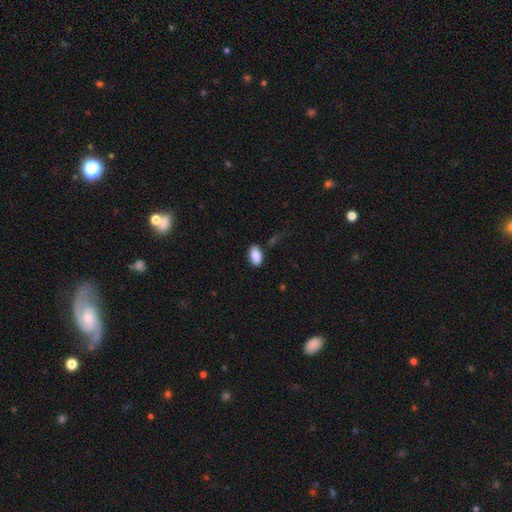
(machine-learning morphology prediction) smooth 88%, star or artifact 7%, featured or disk 4%. Down the decision tree: how rounded — in between (92%); merging — none (82%).